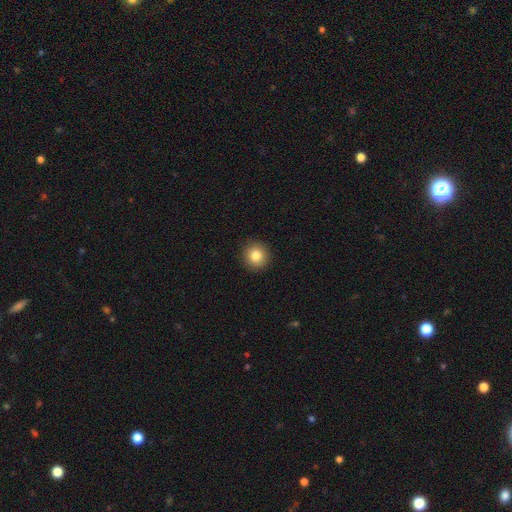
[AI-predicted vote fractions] Q: Smooth or featured?
A: smooth (83%); runner-up: star or artifact (10%)
Q: How rounded?
A: round (93%); runner-up: in between (6%)
Q: Merging?
A: none (93%); runner-up: minor disturbance (5%)